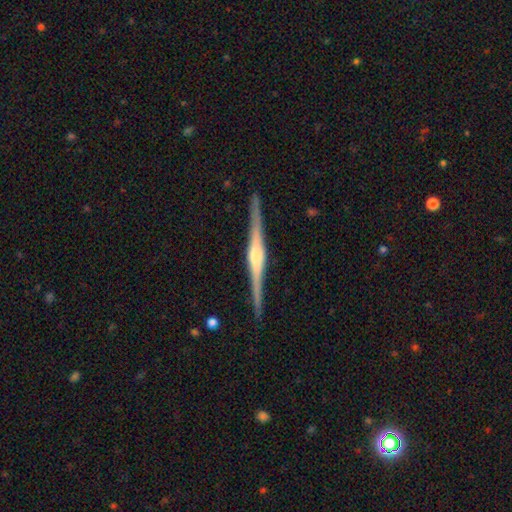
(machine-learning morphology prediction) The model was most divided on "edge-on bulge": rounded: 71%, boxy: 22%, none: 7%. More confident: edge-on disk — yes (99%); merging — none (92%); smooth or featured — featured or disk (88%).